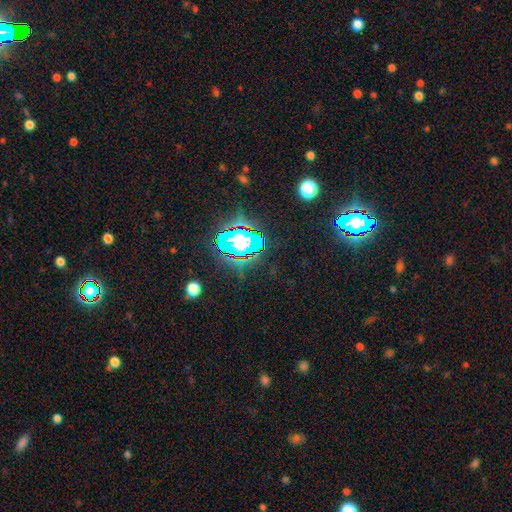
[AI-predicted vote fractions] Smooth or featured: star or artifact — 79% (smooth — 12%)